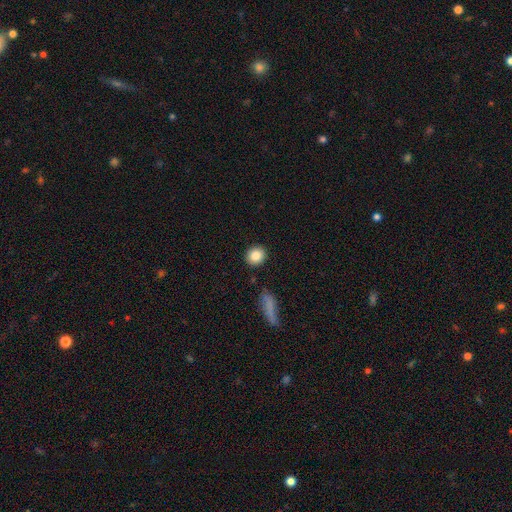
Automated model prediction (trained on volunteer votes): Overall: smooth (85%). How rounded: round (83%). Merging: none (87%).